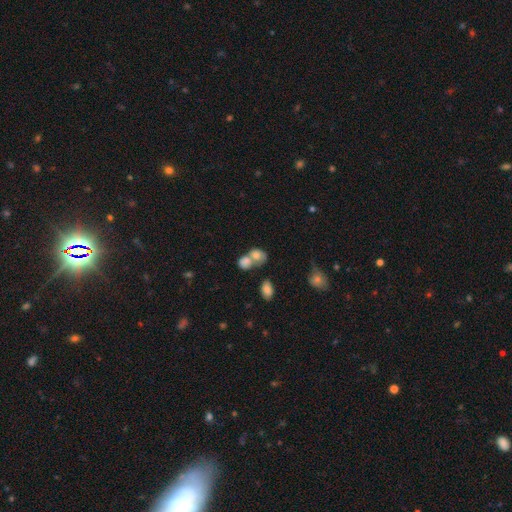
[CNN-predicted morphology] The model was most divided on "how rounded": in between: 58%, round: 40%, cigar-shaped: 2%. More confident: smooth or featured — smooth (73%); merging — merger (61%).